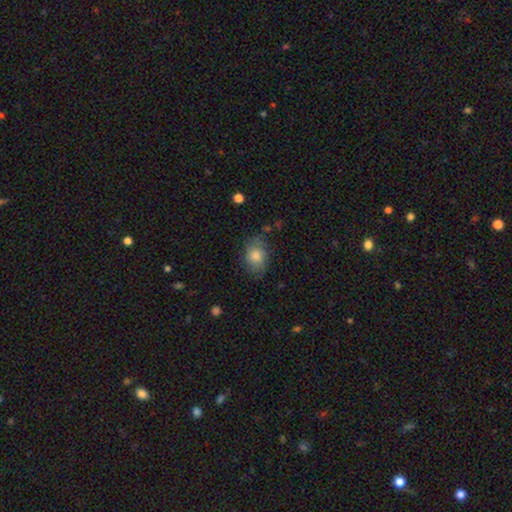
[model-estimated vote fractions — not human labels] smooth_or_featured: smooth (p=0.72) [alt: featured or disk p=0.18]
how_rounded: in between (p=0.67) [alt: round p=0.32]
merging: none (p=0.68) [alt: minor disturbance p=0.23]